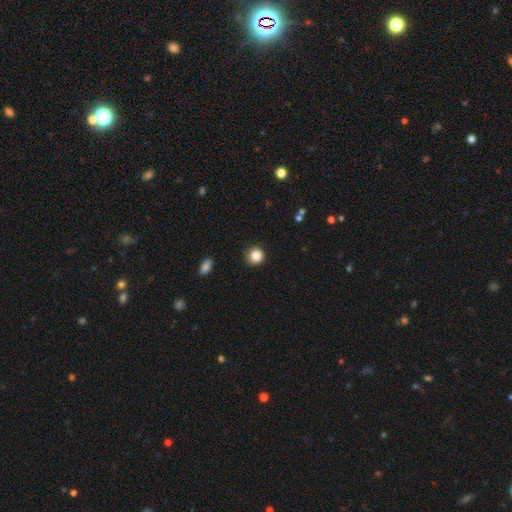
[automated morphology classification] A smooth galaxy with no disk features (84%) that is round (91%).

Vote fractions:
- Smooth or featured? smooth: 84% / star or artifact: 11% / featured or disk: 4%
- How rounded? round: 91% / in between: 8% / cigar-shaped: 1%
- Merging? none: 88% / minor disturbance: 8% / major disturbance: 2% / merger: 1%